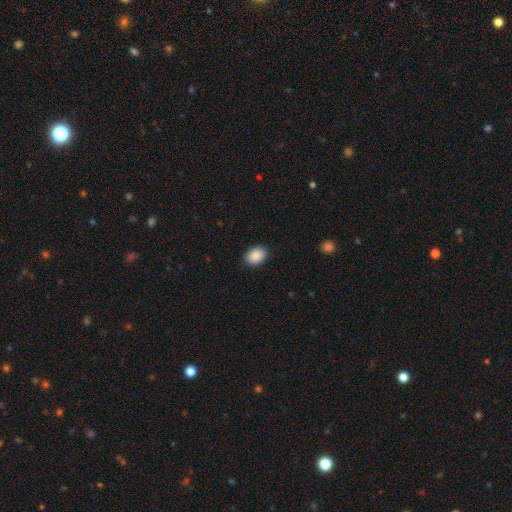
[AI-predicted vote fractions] This is clearly a smooth galaxy (90%). How rounded: likely in between (72%). Merging: clearly none (88%).